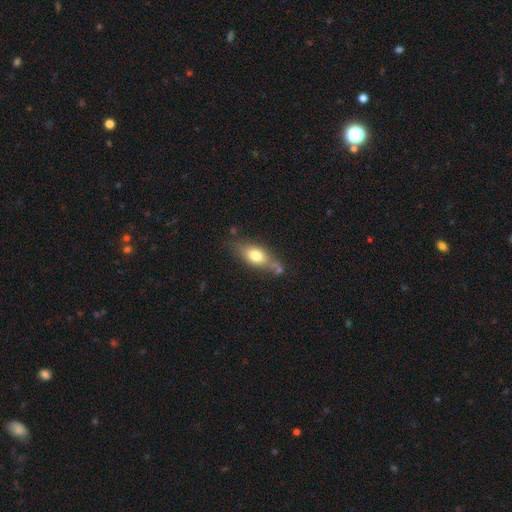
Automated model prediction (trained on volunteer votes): A smooth galaxy with no disk features (71%) that is in between round and cigar-shaped (78%).

Vote fractions:
- Smooth or featured? smooth: 71% / featured or disk: 22% / star or artifact: 8%
- How rounded? in between: 78% / cigar-shaped: 14% / round: 7%
- Merging? none: 60% / minor disturbance: 22% / merger: 11% / major disturbance: 7%